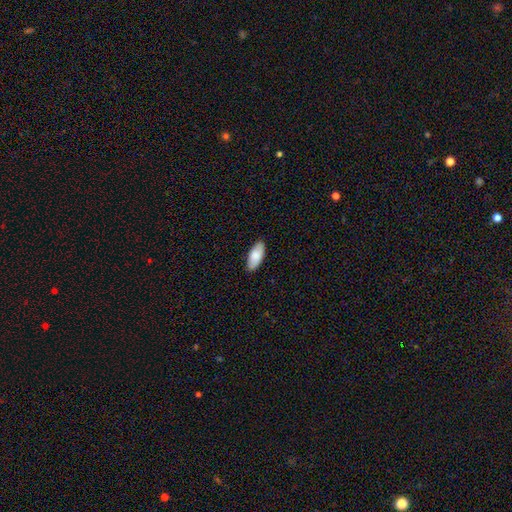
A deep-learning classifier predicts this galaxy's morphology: smooth 85%, featured or disk 10%, star or artifact 6%. Down the decision tree: how rounded — in between (87%); merging — none (89%).